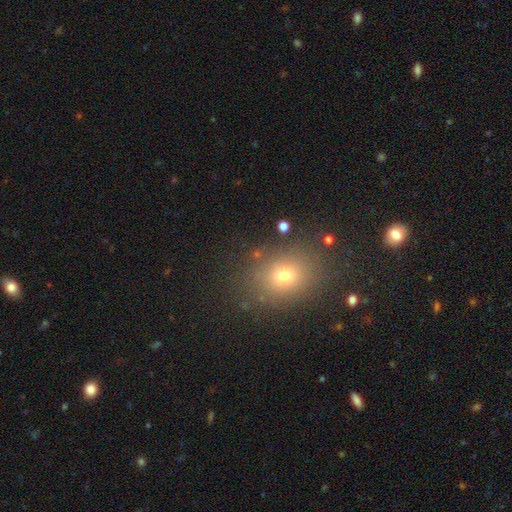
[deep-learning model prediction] Overall: smooth (63%; star or artifact 27%). How rounded: in between (51%; round 48%). Merging: none (85%).